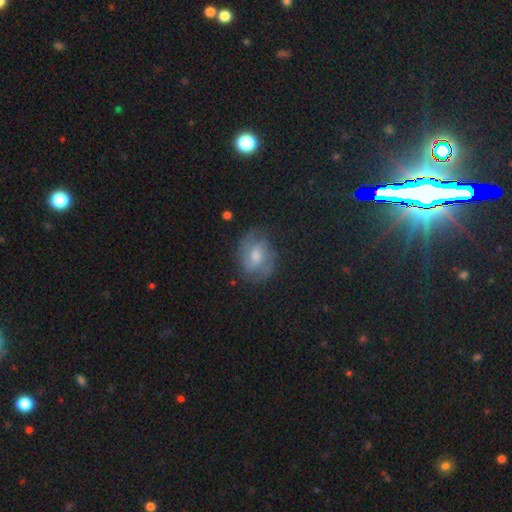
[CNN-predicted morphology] type=featured or disk (54%); edge-on=no (96%); bar=weak (46%); spiral arms=yes (85%); bulge=moderate (54%); merging=none (73%).